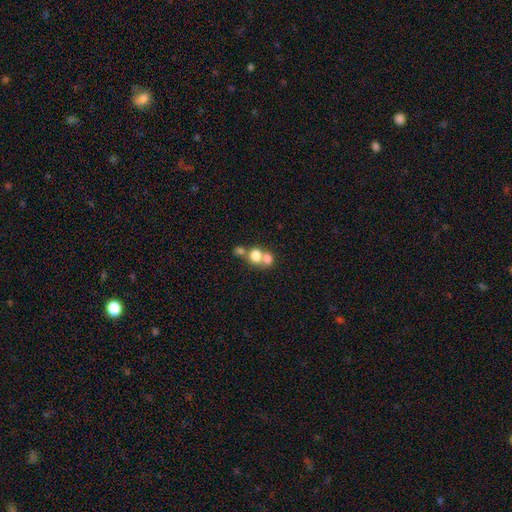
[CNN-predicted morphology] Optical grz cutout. It shows a smooth galaxy with no disk features (72%) that is round (62%). Merging: merger (64%).